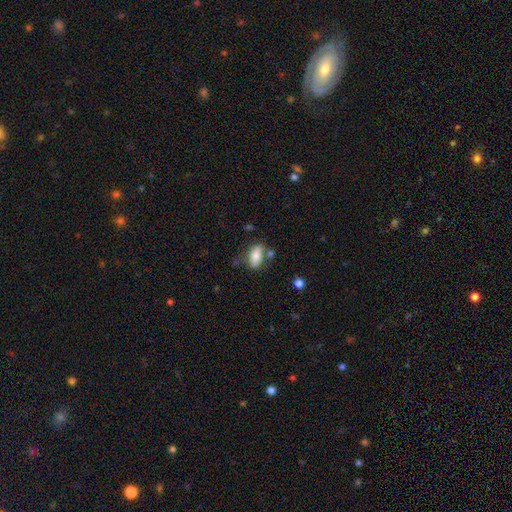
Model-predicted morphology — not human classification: Smooth or featured? smooth (74%)
How rounded? in between (88%)
Merging? none (63%)